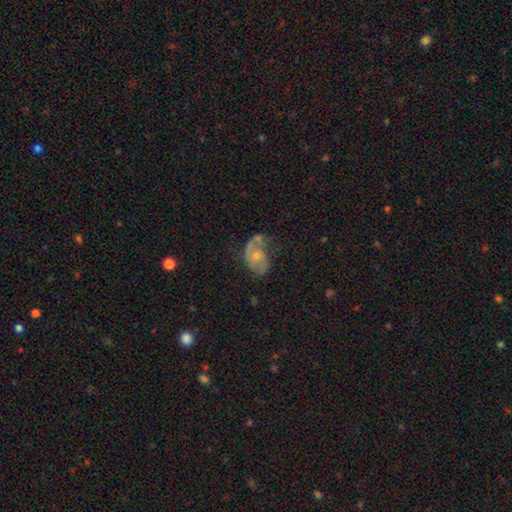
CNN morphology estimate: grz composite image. It shows a featured or disk galaxy (71%) with no bar (65%), 2 (69%) medium (43%) spiral arms (87%) and a small central bulge (57%). Merging: none (40%).